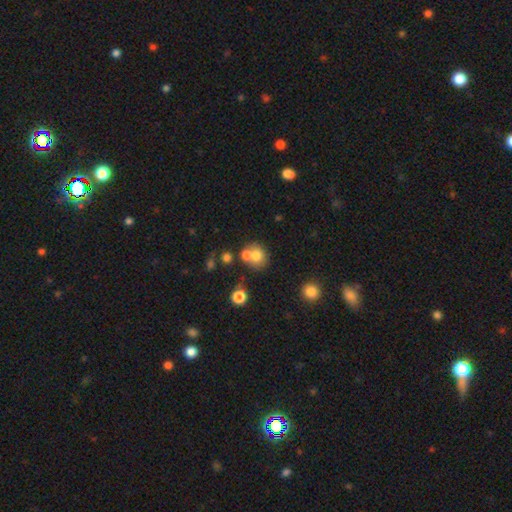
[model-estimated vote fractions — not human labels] Smooth or featured? Predicted: smooth (p=0.72). How rounded? Predicted: round (p=0.82). Merging? Predicted: none (p=0.51).